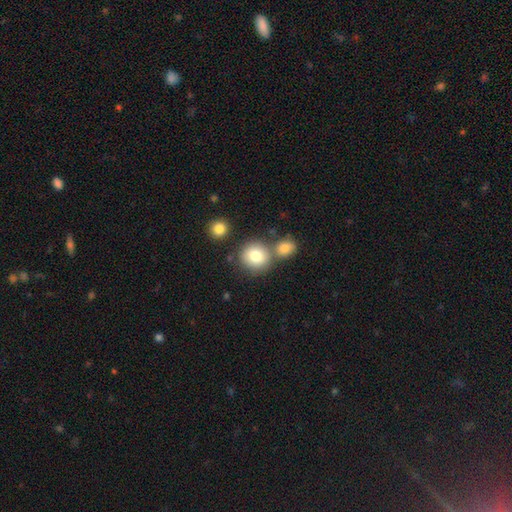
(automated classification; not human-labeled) Overall: smooth (82%). How rounded: round (87%). Merging: none (61%; merger 27%).